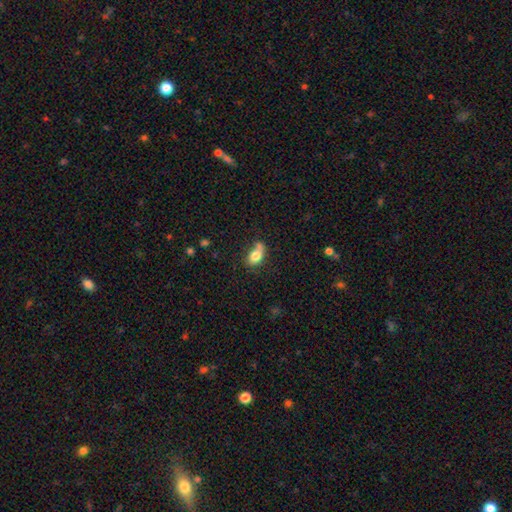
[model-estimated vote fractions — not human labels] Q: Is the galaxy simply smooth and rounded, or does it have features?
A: smooth — 79%.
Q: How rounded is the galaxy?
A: in between — 78%.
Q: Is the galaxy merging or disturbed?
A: none — 39%.